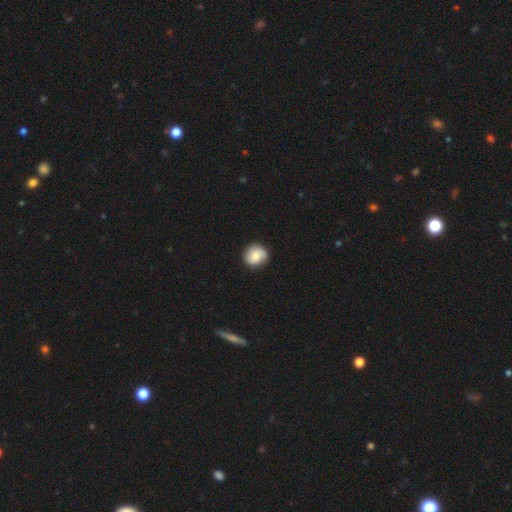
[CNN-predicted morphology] Smooth or featured? smooth (59%)
How rounded? round (84%)
Merging? none (80%)